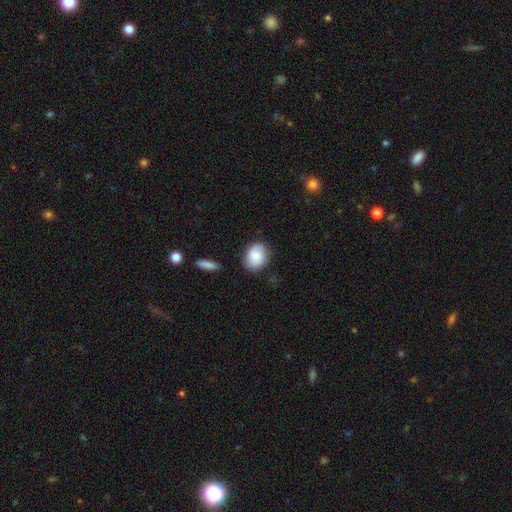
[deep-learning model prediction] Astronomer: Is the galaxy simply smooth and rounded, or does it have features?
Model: smooth — 75%.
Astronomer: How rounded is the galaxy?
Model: in between — 51% (runner-up: round, 48%).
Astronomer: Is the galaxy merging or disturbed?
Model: none — 78%.